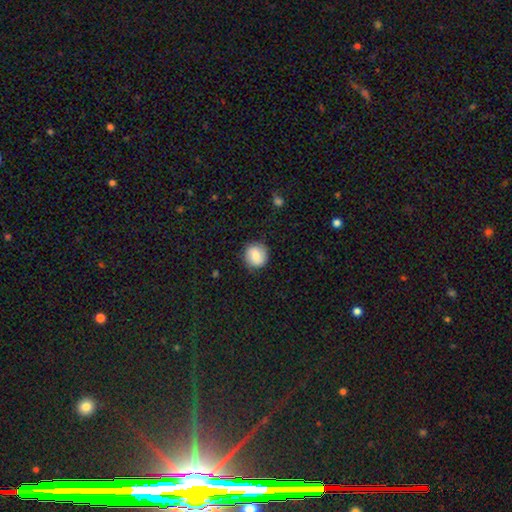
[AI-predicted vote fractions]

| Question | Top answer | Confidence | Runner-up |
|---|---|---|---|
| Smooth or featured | smooth | 76% | featured or disk (16%) |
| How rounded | round | 89% | in between (11%) |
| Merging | none | 85% | minor disturbance (11%) |